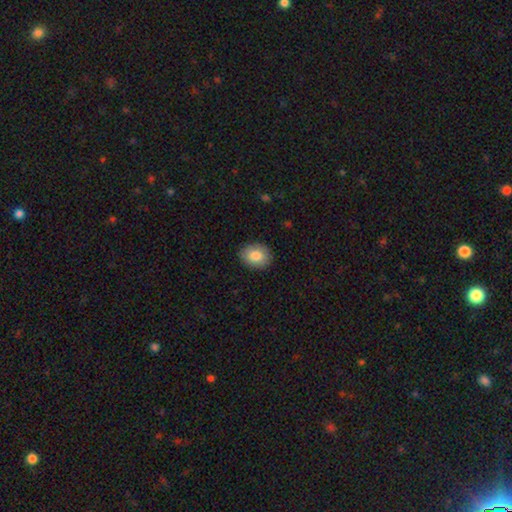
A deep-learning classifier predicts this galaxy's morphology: The model was most divided on "how rounded": in between: 59%, round: 40%, cigar-shaped: 1%. More confident: merging — none (89%); smooth or featured — smooth (83%).